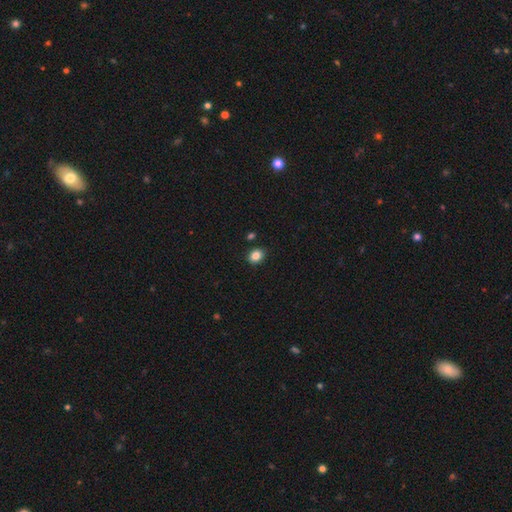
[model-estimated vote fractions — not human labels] smooth_or_featured: smooth (p=0.85) [alt: star or artifact p=0.10]
how_rounded: round (p=0.50) [alt: in between p=0.49]
merging: none (p=0.87) [alt: minor disturbance p=0.09]